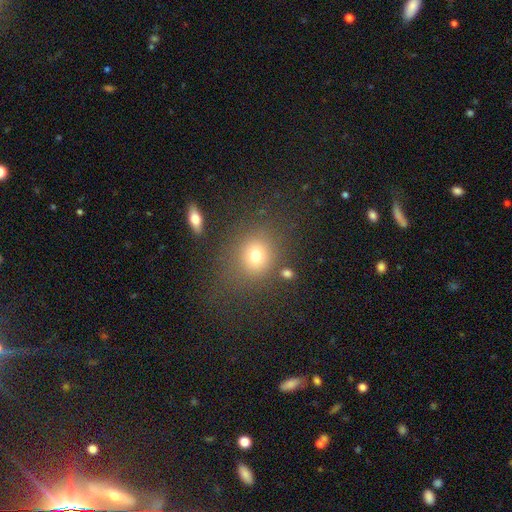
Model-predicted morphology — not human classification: This appears to be a smooth galaxy with no disk features (73%) that is round (78%). Merging: none (77%).